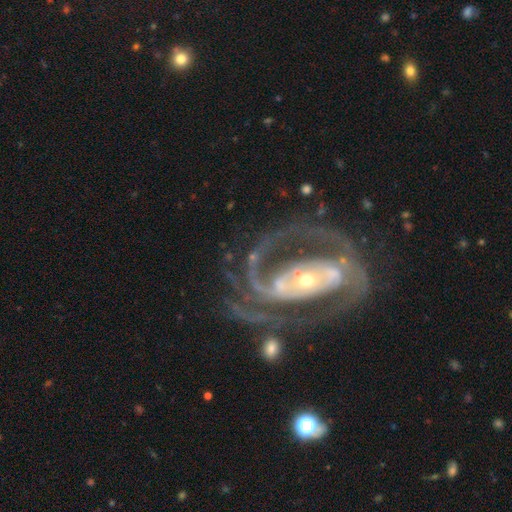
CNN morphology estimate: This appears to be a featured or disk galaxy (89%) with no bar (42%), 2 (55%) medium (45%) spiral arms (94%) and a small central bulge (58%). Merging: none (53%).